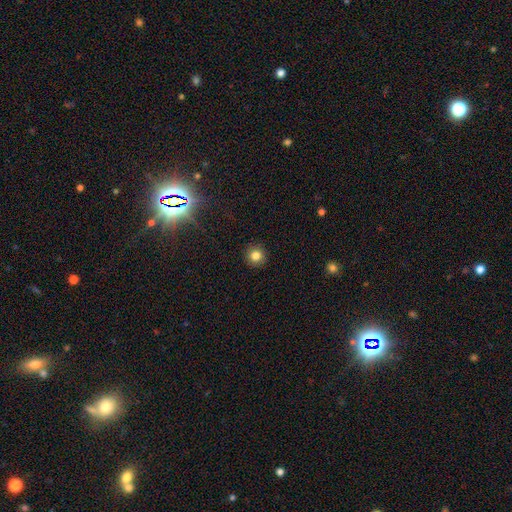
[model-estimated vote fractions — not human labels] Smooth or featured? Predicted: smooth (p=0.81). How rounded? Predicted: round (p=0.93). Merging? Predicted: none (p=0.92).